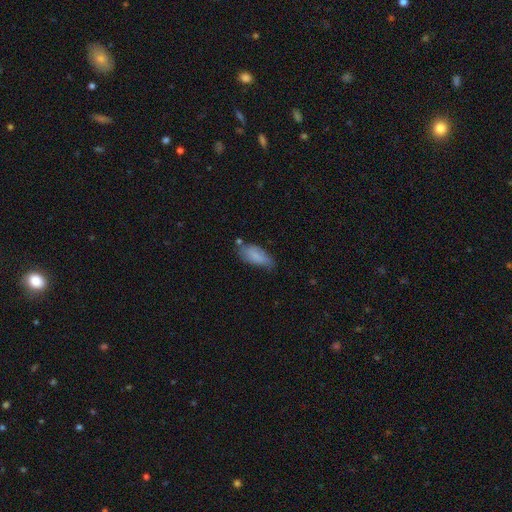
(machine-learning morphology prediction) Smooth or featured? smooth (82%)
How rounded? in between (80%)
Merging? none (55%)